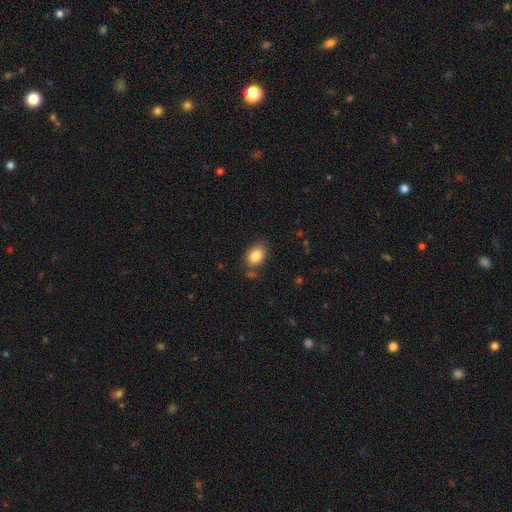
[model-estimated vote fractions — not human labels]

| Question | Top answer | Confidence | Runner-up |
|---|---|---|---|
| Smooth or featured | smooth | 85% | star or artifact (8%) |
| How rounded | in between | 81% | round (18%) |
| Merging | none | 77% | minor disturbance (15%) |